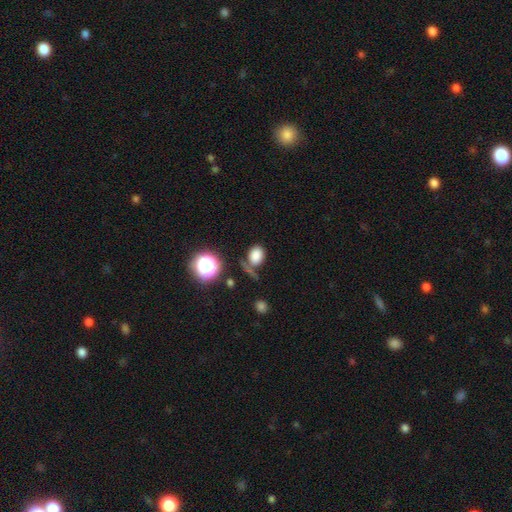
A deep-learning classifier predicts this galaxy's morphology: Overall: smooth (79%). How rounded: in between (54%; round 44%). Merging: none (61%).